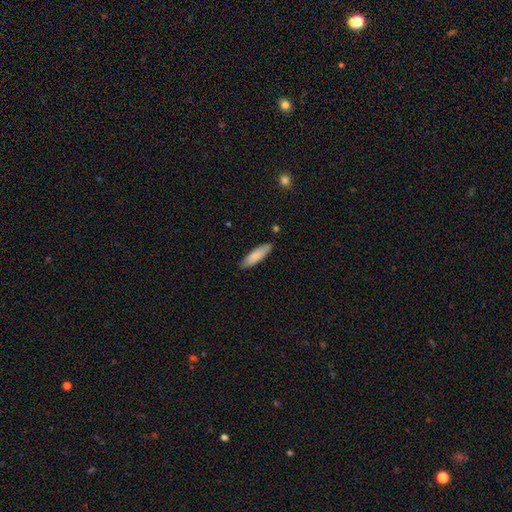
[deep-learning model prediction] A smooth galaxy with no disk features (85%) that is cigar-shaped (59%).

Vote fractions:
- Smooth or featured? smooth: 85% / featured or disk: 10% / star or artifact: 5%
- How rounded? cigar-shaped: 59% / in between: 39% / round: 1%
- Merging? none: 85% / minor disturbance: 11% / major disturbance: 2% / merger: 2%